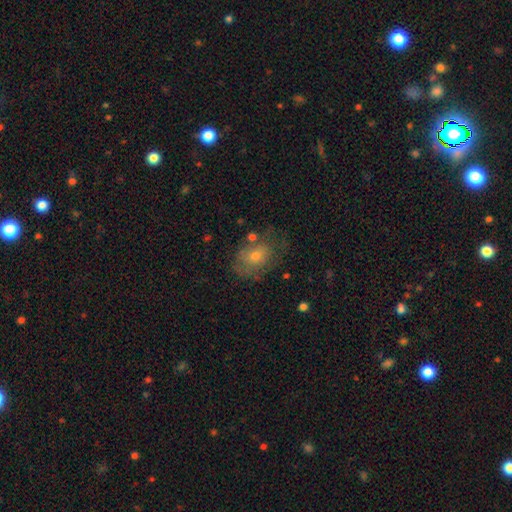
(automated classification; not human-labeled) Smooth or featured? featured or disk (41%, tied with smooth)
Merging? none (66%)